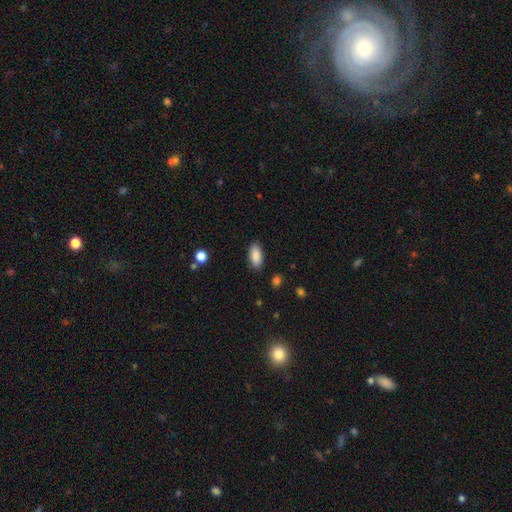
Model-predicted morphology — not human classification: Q: Smooth or featured?
A: smooth (89%); runner-up: star or artifact (7%)
Q: How rounded?
A: in between (90%); runner-up: cigar-shaped (8%)
Q: Merging?
A: none (88%); runner-up: minor disturbance (9%)